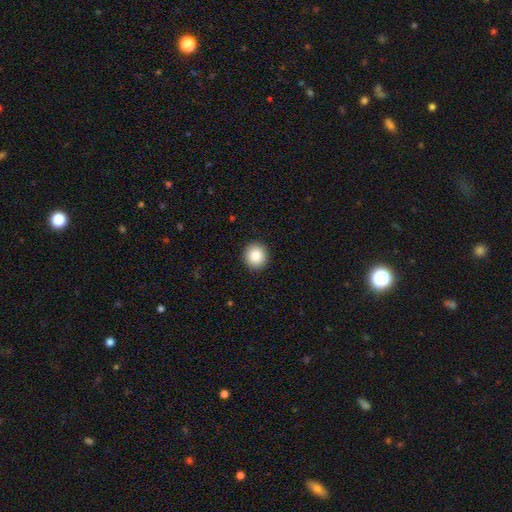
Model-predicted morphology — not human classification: A smooth galaxy with no disk features (87%) that is round (91%). Merging: none (92%).